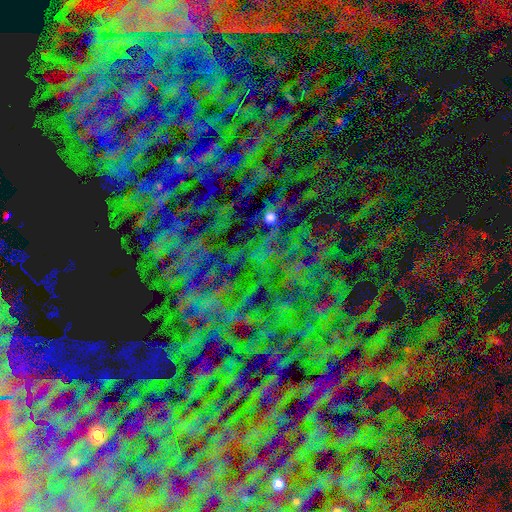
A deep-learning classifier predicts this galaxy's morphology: Smooth or featured?
  - star or artifact: 86% *
  - featured or disk: 8%
  - smooth: 7%